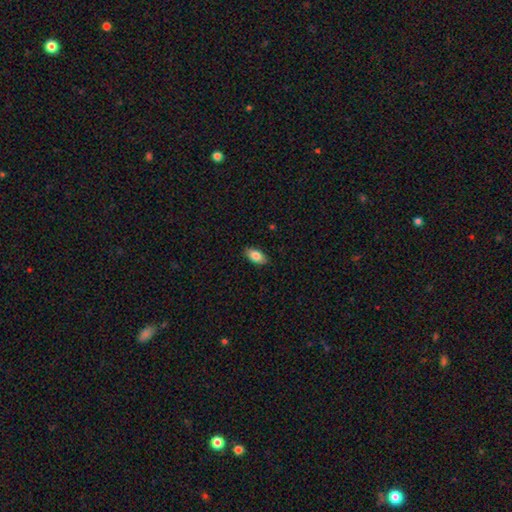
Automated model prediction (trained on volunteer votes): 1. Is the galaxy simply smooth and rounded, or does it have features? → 82% smooth, 11% featured or disk, 7% star or artifact.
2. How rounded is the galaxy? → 92% in between, 5% cigar-shaped, 3% round.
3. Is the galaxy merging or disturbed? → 88% none, 10% minor disturbance, 2% major disturbance, 1% merger.